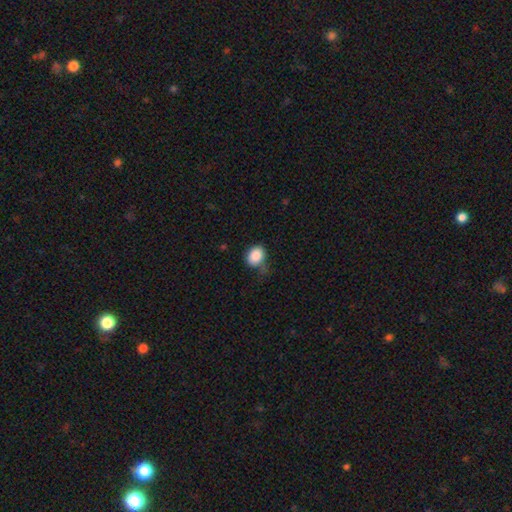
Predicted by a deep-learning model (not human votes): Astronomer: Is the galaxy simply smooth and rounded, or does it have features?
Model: smooth — 86%.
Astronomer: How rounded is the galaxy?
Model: in between — 53% (runner-up: round, 46%).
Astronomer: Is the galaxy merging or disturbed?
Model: none — 58%.